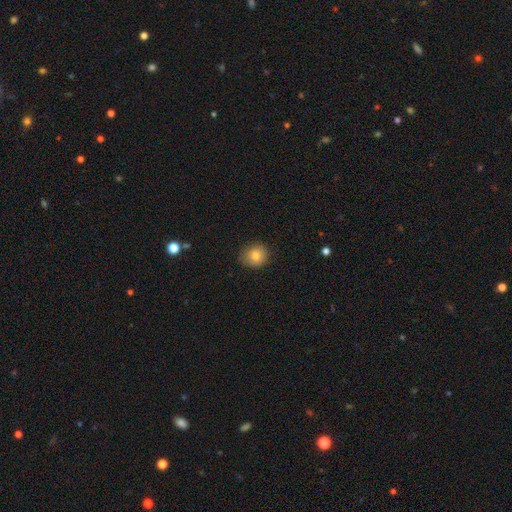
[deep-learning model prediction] smooth-or-featured: smooth: 80% | star or artifact: 11% | featured or disk: 10%
  how-rounded: round: 76% | in between: 23% | cigar-shaped: 1%
  merging: none: 80% | minor disturbance: 15% | major disturbance: 3% | merger: 1%